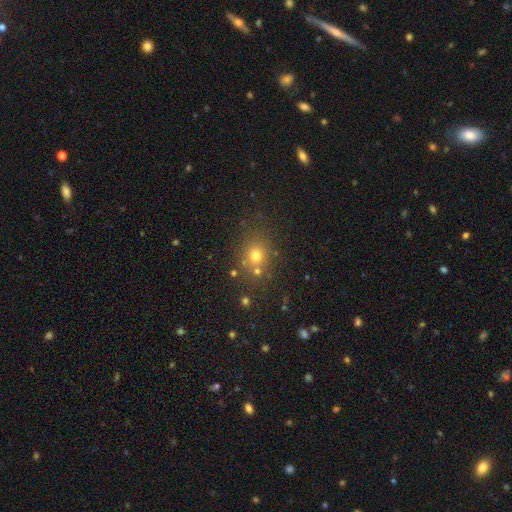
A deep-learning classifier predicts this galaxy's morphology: Overall: smooth (68%). How rounded: round (69%; in between 30%). Merging: none (73%).